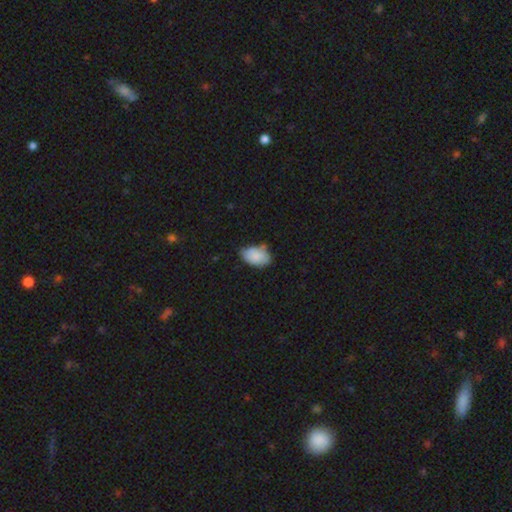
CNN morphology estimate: This is clearly a smooth galaxy (84%). How rounded: clearly in between (91%). Merging: possibly none (59%).